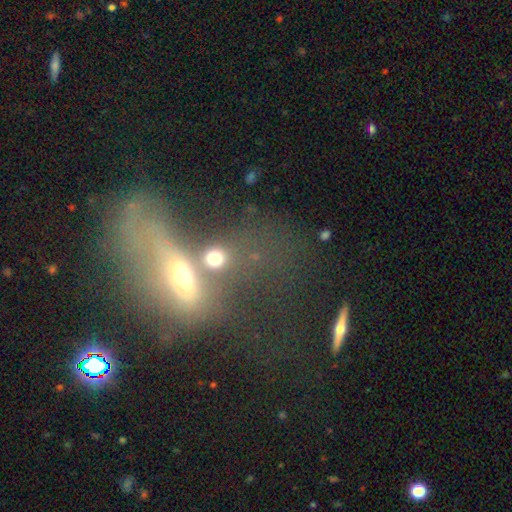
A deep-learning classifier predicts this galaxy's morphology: type=smooth (41%); merging=merger (46%).